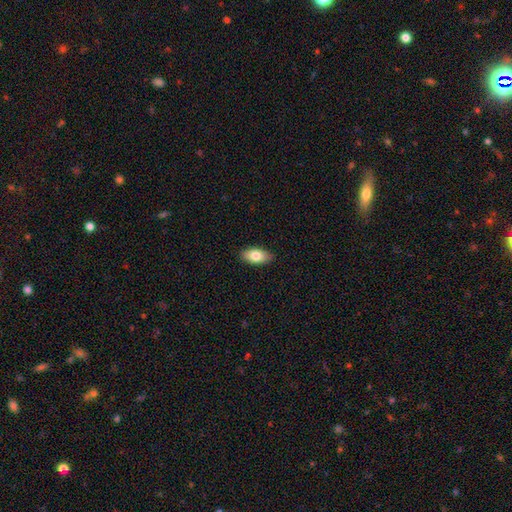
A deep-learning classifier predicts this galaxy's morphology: type=smooth (80%); roundness=in between (91%); merging=none (88%).